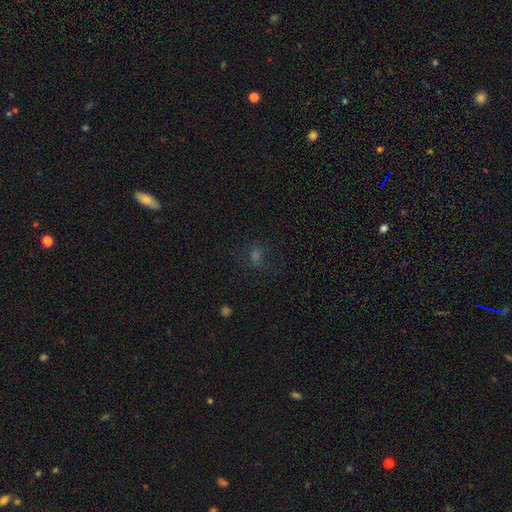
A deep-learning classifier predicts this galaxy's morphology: This is marginally a smooth galaxy (43%). Merging: likely none (68%).